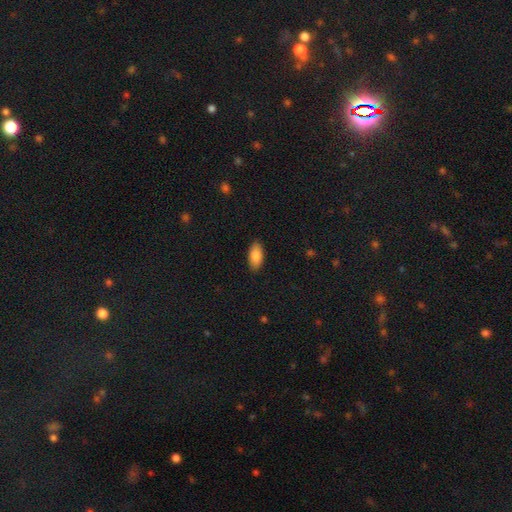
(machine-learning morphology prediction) Smooth or featured: smooth — 86% (featured or disk — 8%)
How rounded: in between — 90% (cigar-shaped — 8%)
Merging: none — 88% (minor disturbance — 9%)